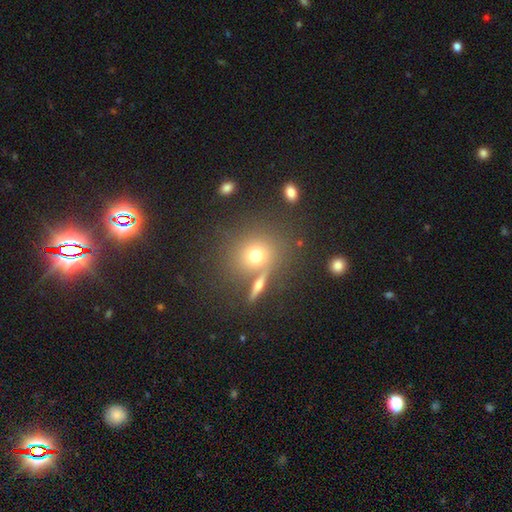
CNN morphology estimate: A smooth galaxy with no disk features (68%) that is round (80%).

Vote fractions:
- Smooth or featured? smooth: 68% / star or artifact: 17% / featured or disk: 16%
- How rounded? round: 80% / in between: 18% / cigar-shaped: 2%
- Merging? none: 70% / merger: 15% / minor disturbance: 10% / major disturbance: 5%